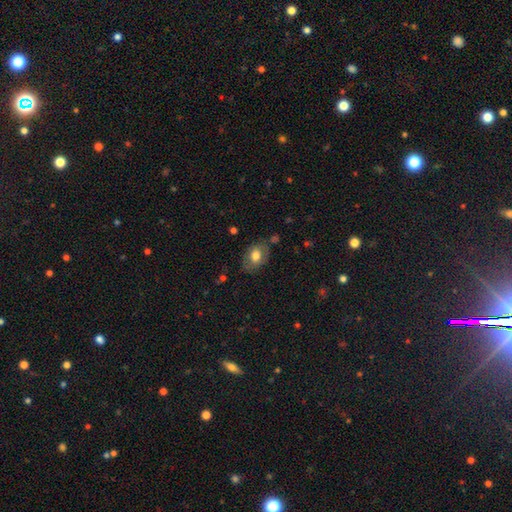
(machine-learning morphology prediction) A smooth galaxy with no disk features (70%) that is in between round and cigar-shaped (79%). Merging: none (72%).